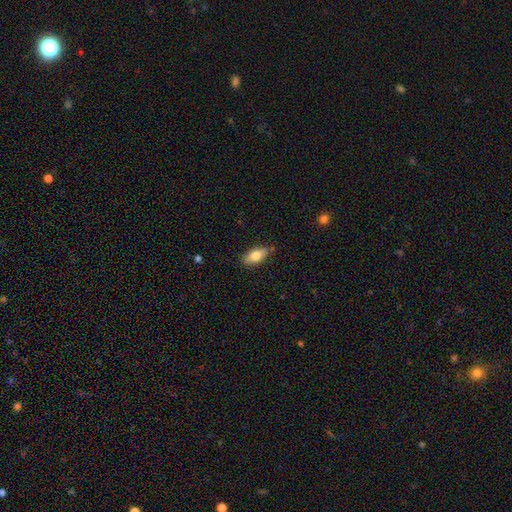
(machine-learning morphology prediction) Smooth or featured?
  - smooth: 78% *
  - featured or disk: 16%
  - star or artifact: 7%
How rounded?
  - in between: 85% *
  - cigar-shaped: 12%
  - round: 3%
Merging?
  - none: 79% *
  - minor disturbance: 16%
  - major disturbance: 3%
  - merger: 2%